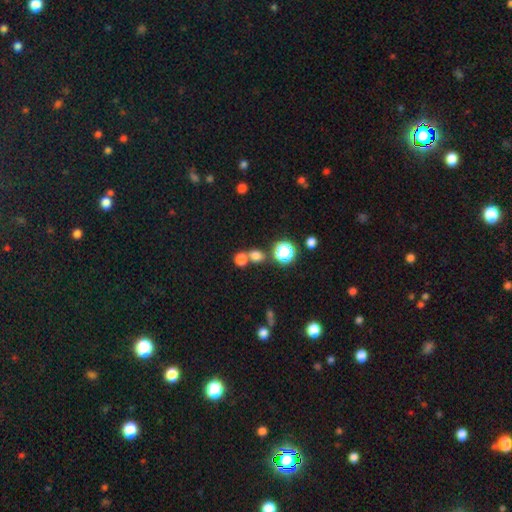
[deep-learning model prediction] smooth-or-featured: smooth: 72% | star or artifact: 21% | featured or disk: 7%
  how-rounded: round: 71% | in between: 27% | cigar-shaped: 1%
  merging: none: 54% | merger: 35% | minor disturbance: 7% | major disturbance: 4%